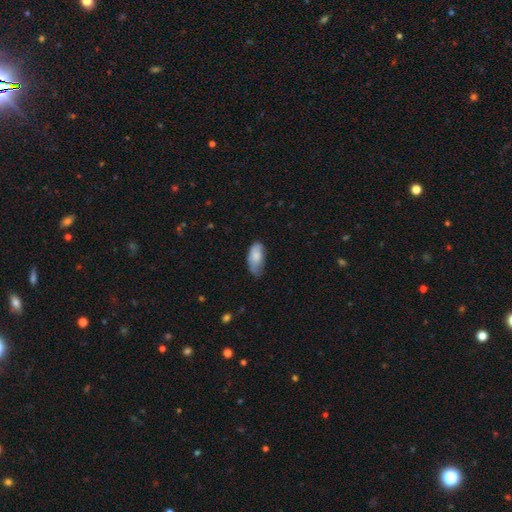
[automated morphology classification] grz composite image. It shows a smooth galaxy with no disk features (79%) that is in between round and cigar-shaped (90%). Merging: none (49%).